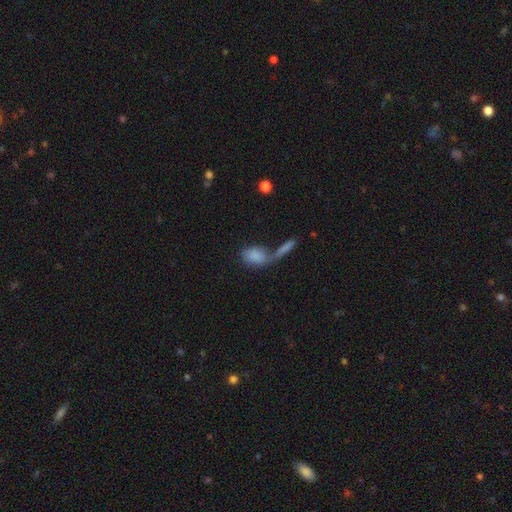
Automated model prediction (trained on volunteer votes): Morphology: type=smooth (81%); roundness=in between (86%); merging=merger (45%).